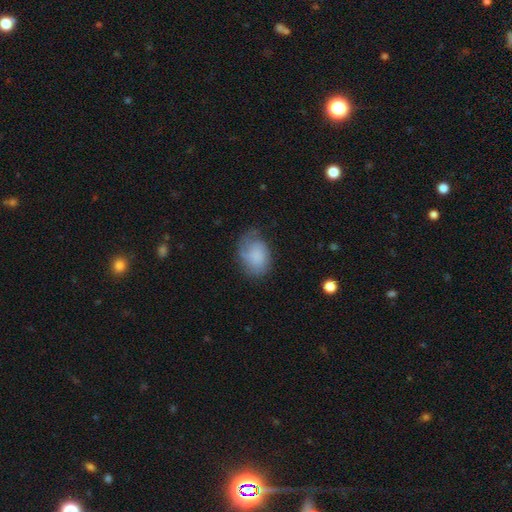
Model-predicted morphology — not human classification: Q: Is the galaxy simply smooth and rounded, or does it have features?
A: smooth — 76%.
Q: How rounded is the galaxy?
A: in between — 67%.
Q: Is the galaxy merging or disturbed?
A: none — 52%.